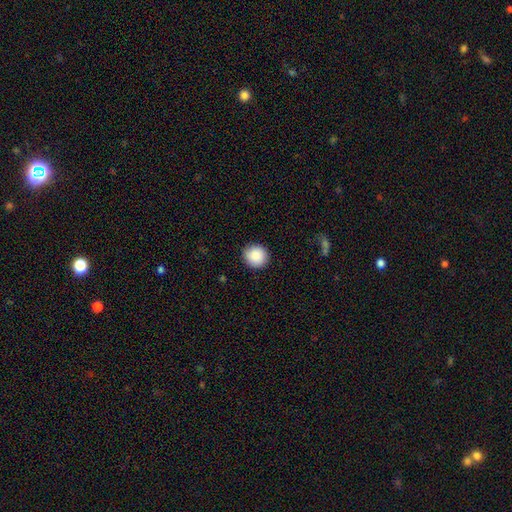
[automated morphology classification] This appears to be a smooth galaxy with no disk features (89%) that is round (92%). Merging: none (89%).